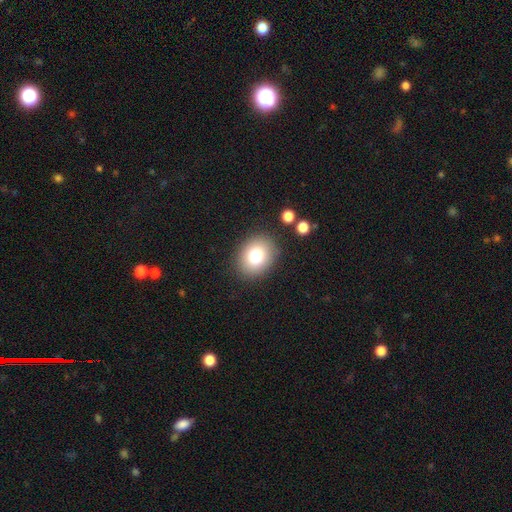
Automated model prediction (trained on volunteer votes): Smooth or featured: smooth — 79% (featured or disk — 11%)
How rounded: round — 50% (in between — 49%)
Merging: none — 86% (minor disturbance — 9%)